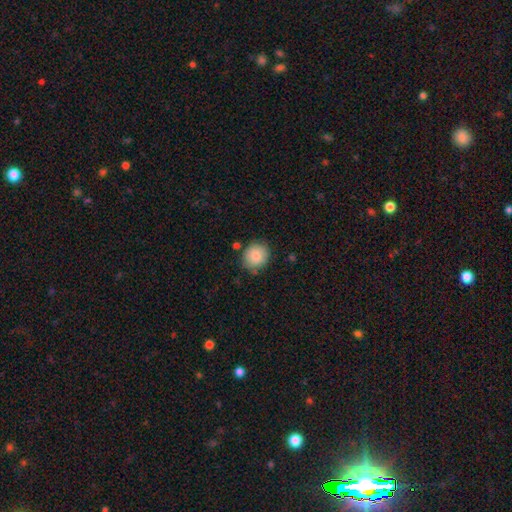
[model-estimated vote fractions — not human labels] A smooth galaxy with no disk features (86%) that is round (77%). Merging: none (81%).